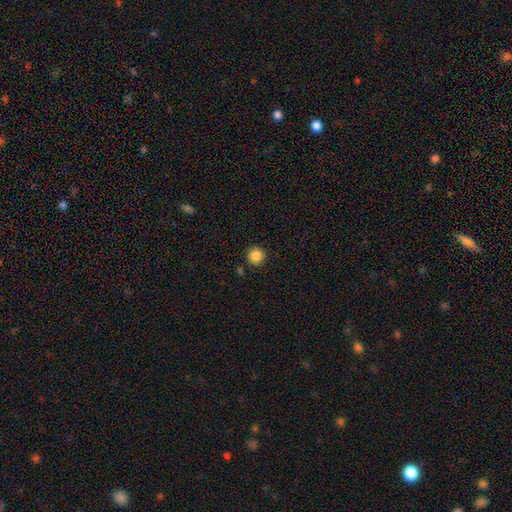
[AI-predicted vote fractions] Q: Smooth or featured?
A: smooth (86%); runner-up: star or artifact (10%)
Q: How rounded?
A: round (95%); runner-up: in between (4%)
Q: Merging?
A: none (90%); runner-up: minor disturbance (6%)